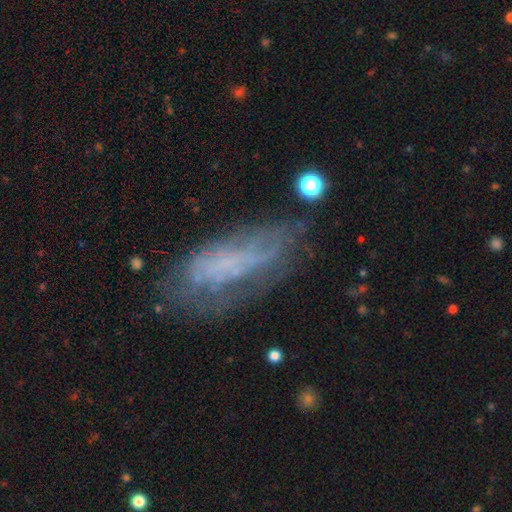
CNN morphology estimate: A featured or disk galaxy (56%).

Vote fractions:
- Smooth or featured? featured or disk: 56% / smooth: 31% / star or artifact: 13%
- Edge-on disk? no: 88% / yes: 12%
- Merging? none: 47% / minor disturbance: 25% / major disturbance: 24% / merger: 4%